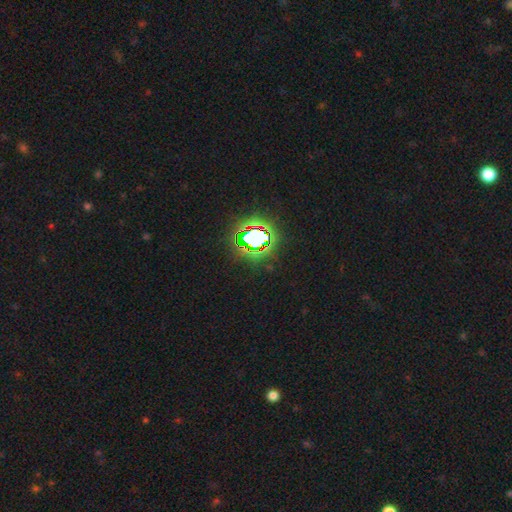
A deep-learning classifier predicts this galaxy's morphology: A star or artifact, not a galaxy (80%).